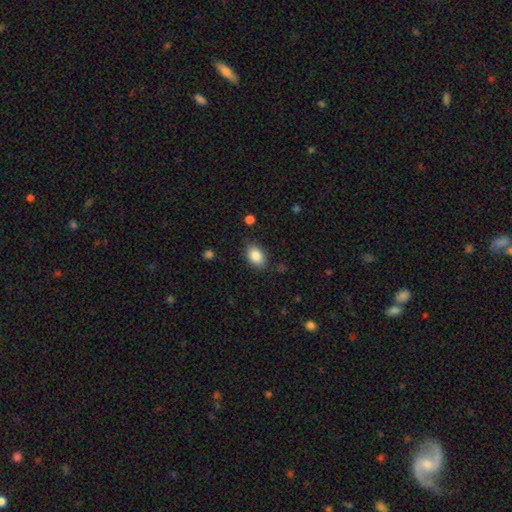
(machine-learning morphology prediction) Smooth or featured? smooth (86%)
How rounded? in between (84%)
Merging? none (81%)